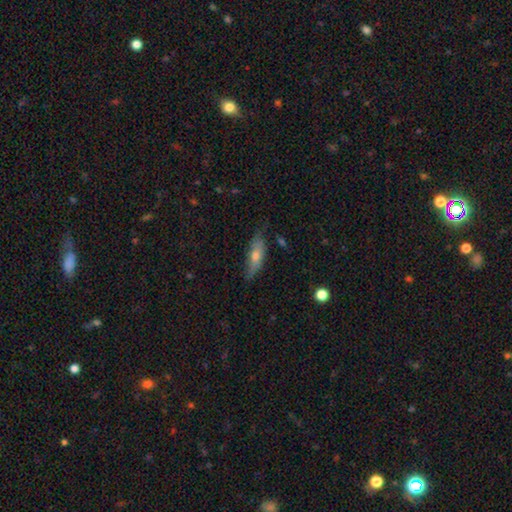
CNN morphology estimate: Smooth or featured? Predicted: smooth (p=0.51). How rounded? Predicted: cigar-shaped (p=0.51). Merging? Predicted: none (p=0.70).